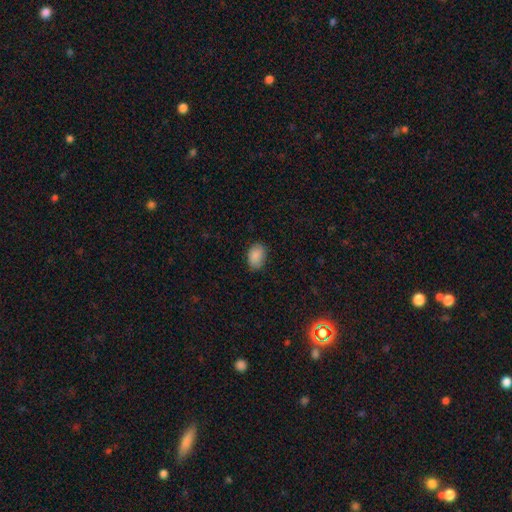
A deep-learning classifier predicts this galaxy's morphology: smooth 88%, star or artifact 8%, featured or disk 4%. Down the decision tree: how rounded — in between (79%); merging — none (79%).